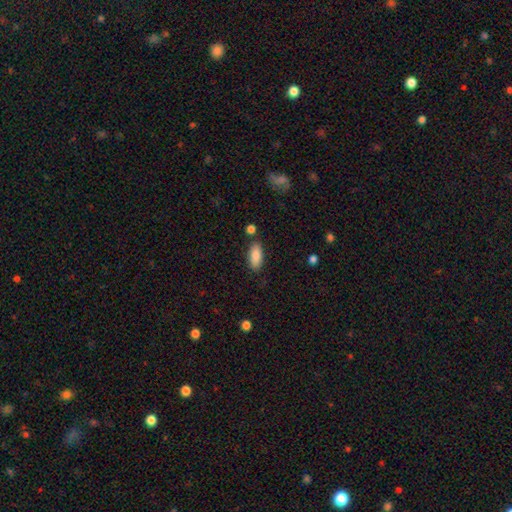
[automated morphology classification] smooth_or_featured: smooth (p=0.87) [alt: featured or disk p=0.06]
how_rounded: in between (p=0.86) [alt: cigar-shaped p=0.12]
merging: none (p=0.82) [alt: minor disturbance p=0.11]